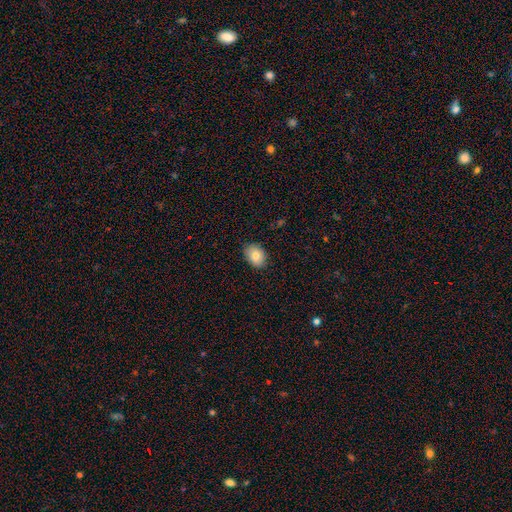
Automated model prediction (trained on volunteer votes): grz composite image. It shows a smooth galaxy with no disk features (81%) that is in between round and cigar-shaped (73%). Merging: none (86%).